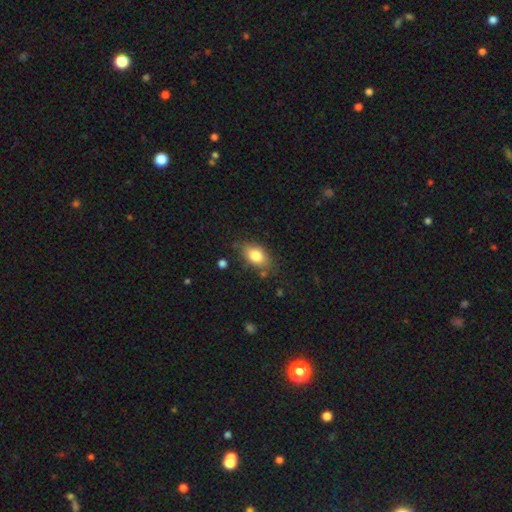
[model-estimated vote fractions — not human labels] smooth-or-featured: smooth: 80% | featured or disk: 12% | star or artifact: 8%
  how-rounded: in between: 85% | round: 12% | cigar-shaped: 3%
  merging: none: 76% | minor disturbance: 18% | major disturbance: 4% | merger: 2%